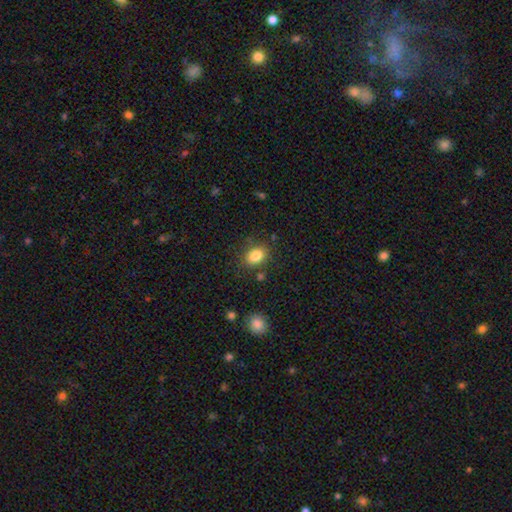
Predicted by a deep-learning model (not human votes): Smooth or featured? Predicted: smooth (p=0.83). How rounded? Predicted: in between (p=0.68). Merging? Predicted: none (p=0.80).